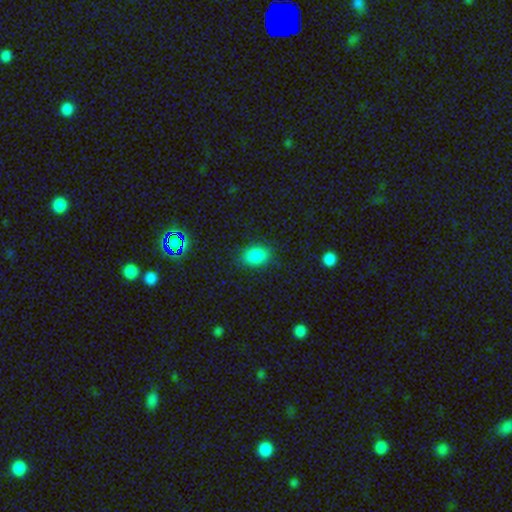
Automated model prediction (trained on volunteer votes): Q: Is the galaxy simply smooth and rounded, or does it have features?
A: smooth — 86%.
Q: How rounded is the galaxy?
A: in between — 75%.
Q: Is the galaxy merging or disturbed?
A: none — 85%.